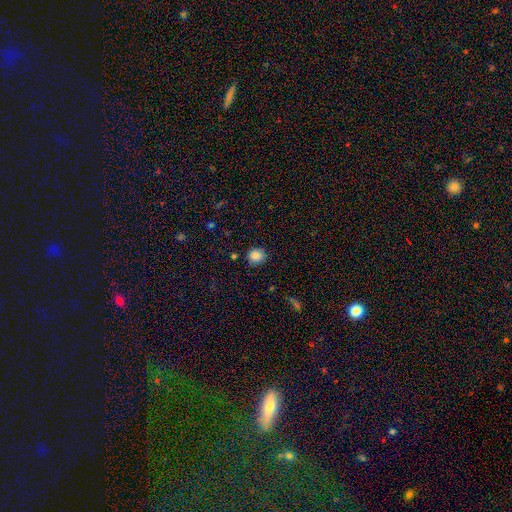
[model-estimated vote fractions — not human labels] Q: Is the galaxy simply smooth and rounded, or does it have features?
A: smooth — 86%.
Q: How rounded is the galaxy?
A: round — 84%.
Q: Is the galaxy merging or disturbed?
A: none — 82%.